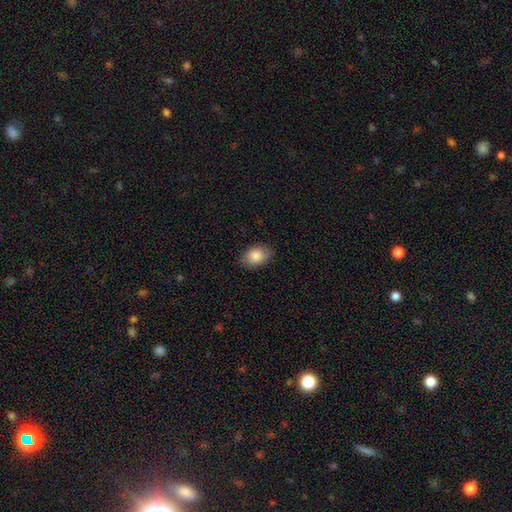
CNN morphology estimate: A smooth galaxy with no disk features (86%) that is in between round and cigar-shaped (82%).

Vote fractions:
- Smooth or featured? smooth: 86% / star or artifact: 7% / featured or disk: 7%
- How rounded? in between: 82% / round: 17% / cigar-shaped: 1%
- Merging? none: 85% / minor disturbance: 11% / major disturbance: 3% / merger: 1%